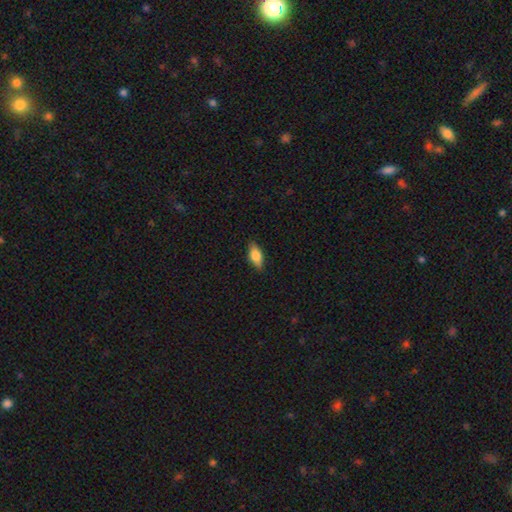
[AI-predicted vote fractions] A smooth galaxy with no disk features (76%) that is in between round and cigar-shaped (83%).

Vote fractions:
- Smooth or featured? smooth: 76% / featured or disk: 17% / star or artifact: 7%
- How rounded? in between: 83% / cigar-shaped: 14% / round: 3%
- Merging? none: 86% / minor disturbance: 11% / major disturbance: 2% / merger: 1%